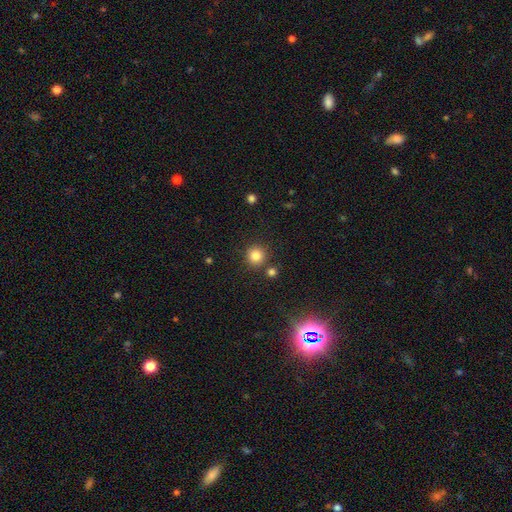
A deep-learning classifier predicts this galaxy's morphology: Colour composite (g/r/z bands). It shows a smooth galaxy with no disk features (82%) that is round (93%). Merging: none (84%).